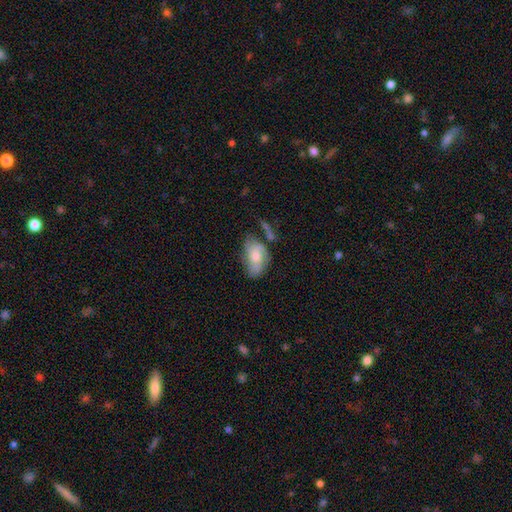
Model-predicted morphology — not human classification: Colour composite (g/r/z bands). It shows a smooth galaxy with no disk features (58%) that is in between round and cigar-shaped (89%). Merging: none (39%).